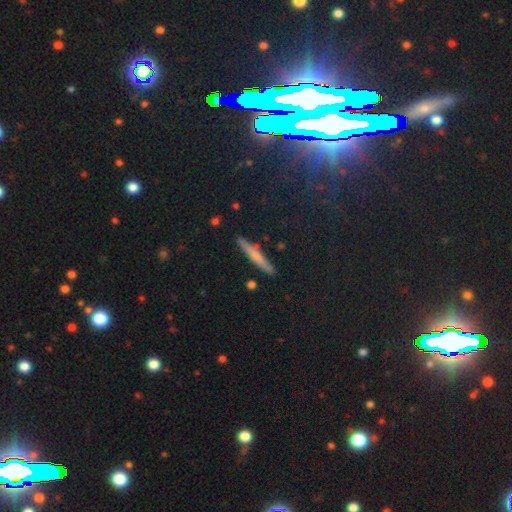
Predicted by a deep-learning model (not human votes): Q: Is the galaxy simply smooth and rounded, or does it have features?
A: smooth — 55%.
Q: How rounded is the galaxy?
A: cigar-shaped — 94%.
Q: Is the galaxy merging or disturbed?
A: none — 89%.